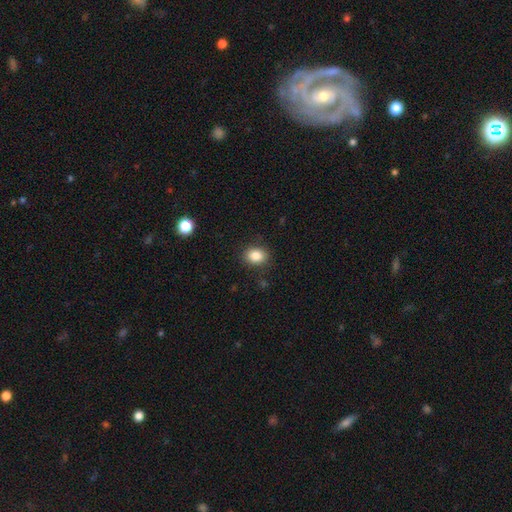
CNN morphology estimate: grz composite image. It shows a smooth galaxy with no disk features (85%) that is in between round and cigar-shaped (55%). Merging: none (86%).